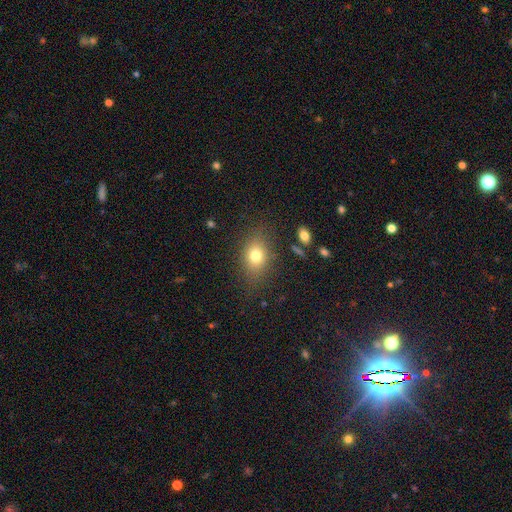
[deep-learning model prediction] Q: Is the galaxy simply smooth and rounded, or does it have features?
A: smooth — 76%.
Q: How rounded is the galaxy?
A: in between — 69%.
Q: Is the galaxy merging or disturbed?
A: none — 80%.